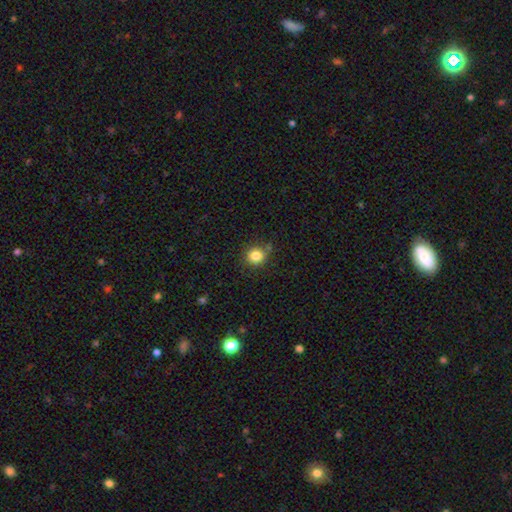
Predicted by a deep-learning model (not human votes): Smooth or featured? smooth (83%)
How rounded? round (89%)
Merging? none (80%)